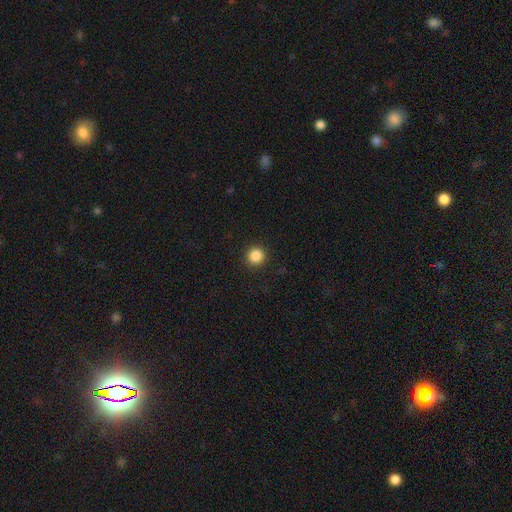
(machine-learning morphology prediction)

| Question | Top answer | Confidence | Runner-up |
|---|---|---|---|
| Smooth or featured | smooth | 86% | star or artifact (11%) |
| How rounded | round | 95% | in between (4%) |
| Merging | none | 92% | minor disturbance (5%) |